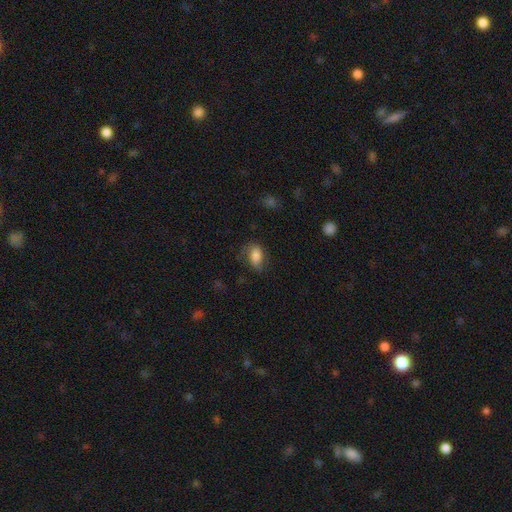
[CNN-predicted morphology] Smooth or featured? Predicted: smooth (p=0.76). How rounded? Predicted: in between (p=0.86). Merging? Predicted: none (p=0.57).